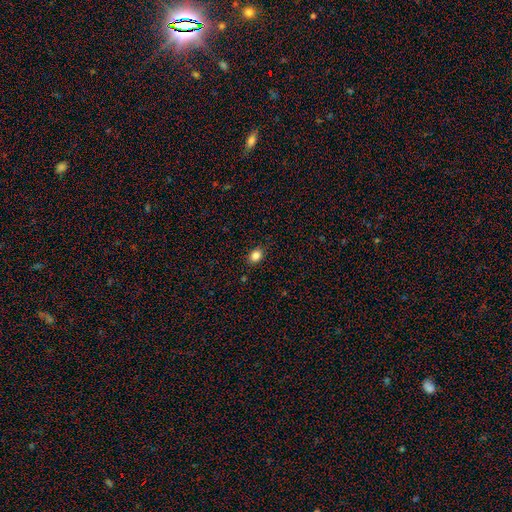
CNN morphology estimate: A smooth galaxy with no disk features (85%) that is in between round and cigar-shaped (60%).

Vote fractions:
- Smooth or featured? smooth: 85% / star or artifact: 11% / featured or disk: 4%
- How rounded? in between: 60% / round: 39% / cigar-shaped: 1%
- Merging? none: 87% / minor disturbance: 9% / major disturbance: 2% / merger: 1%